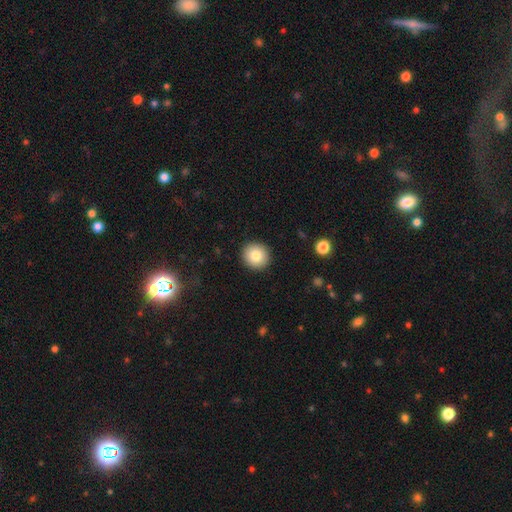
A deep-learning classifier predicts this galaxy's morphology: Overall: smooth (81%). How rounded: round (93%). Merging: none (92%).